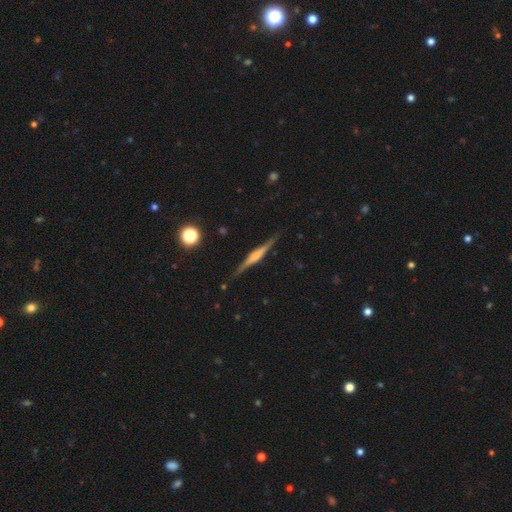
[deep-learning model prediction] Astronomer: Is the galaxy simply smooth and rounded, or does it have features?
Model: featured or disk — 75%.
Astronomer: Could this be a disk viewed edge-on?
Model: yes — 98%.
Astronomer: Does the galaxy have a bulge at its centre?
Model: rounded — 54% (runner-up: boxy, 34%).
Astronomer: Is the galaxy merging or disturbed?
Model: none — 88%.